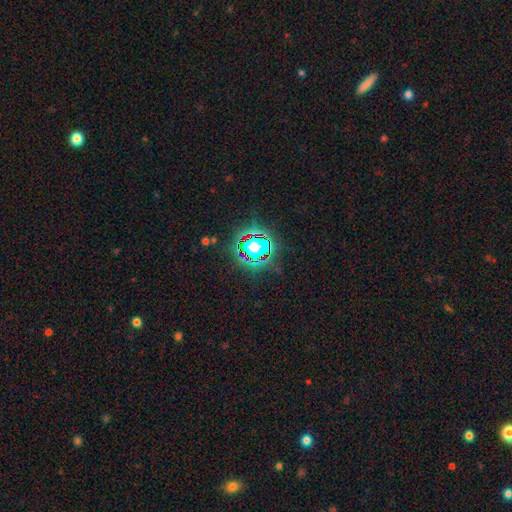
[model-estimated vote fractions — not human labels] star or artifact 80%, smooth 12%, featured or disk 9%.